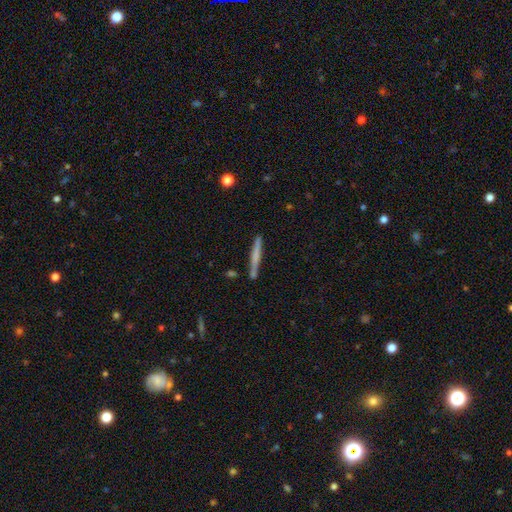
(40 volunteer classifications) smooth_or_featured: smooth (p=0.55) [alt: featured or disk p=0.42]
how_rounded: cigar-shaped (p=1.00)
merging: none (p=0.77) [alt: minor disturbance p=0.18]